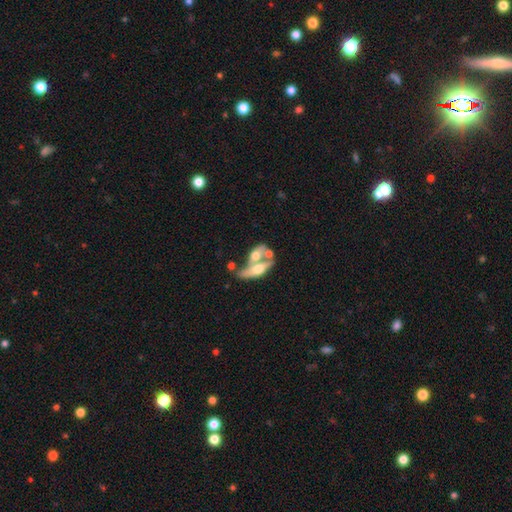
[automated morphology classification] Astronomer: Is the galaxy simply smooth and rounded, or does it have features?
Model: featured or disk — 52% (runner-up: smooth, 39%).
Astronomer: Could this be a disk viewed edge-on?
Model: no — 66%.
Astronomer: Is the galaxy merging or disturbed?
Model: merger — 66%.